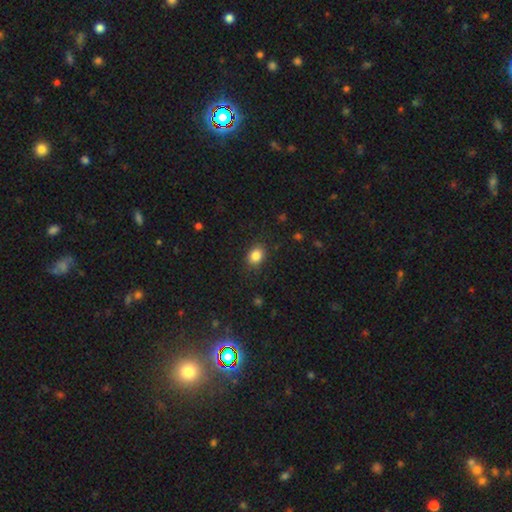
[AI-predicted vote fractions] Smooth or featured?
  - smooth: 85% *
  - star or artifact: 10%
  - featured or disk: 5%
How rounded?
  - in between: 55% *
  - round: 44%
  - cigar-shaped: 1%
Merging?
  - none: 86% *
  - minor disturbance: 10%
  - major disturbance: 3%
  - merger: 1%